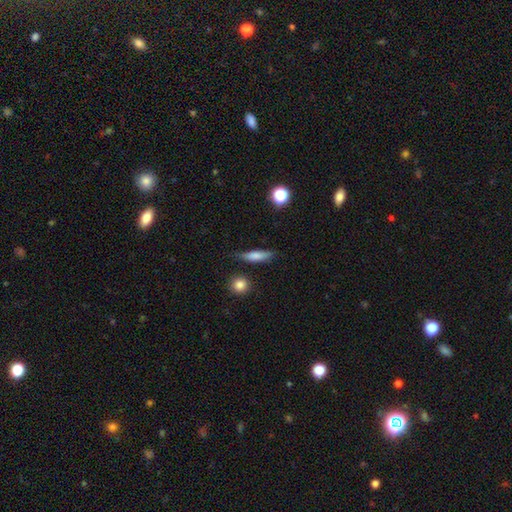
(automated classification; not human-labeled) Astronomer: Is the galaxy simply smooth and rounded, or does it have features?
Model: smooth — 74%.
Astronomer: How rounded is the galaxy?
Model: cigar-shaped — 67%.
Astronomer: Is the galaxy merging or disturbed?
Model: none — 73%.